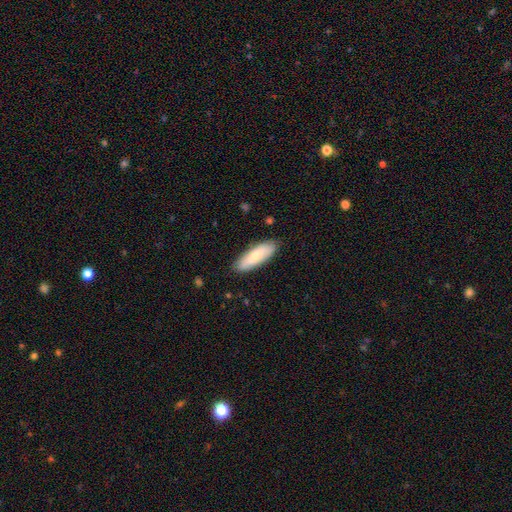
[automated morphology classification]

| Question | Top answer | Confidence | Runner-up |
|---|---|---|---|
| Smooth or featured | smooth | 70% | featured or disk (25%) |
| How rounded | in between | 55% | cigar-shaped (43%) |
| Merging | none | 86% | minor disturbance (11%) |